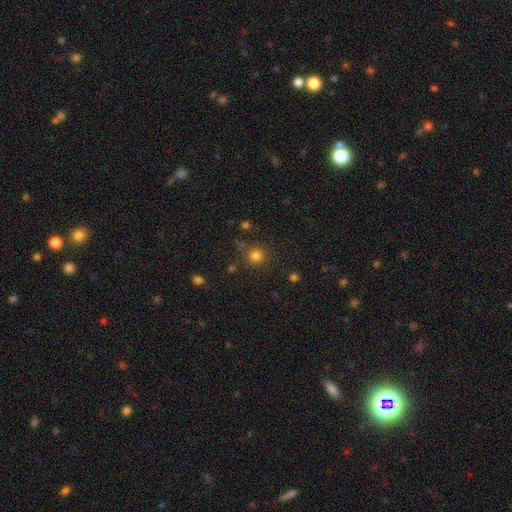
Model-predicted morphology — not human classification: The model was most divided on "smooth or featured": smooth: 80%, star or artifact: 15%, featured or disk: 5%. More confident: how rounded — round (92%); merging — none (79%).